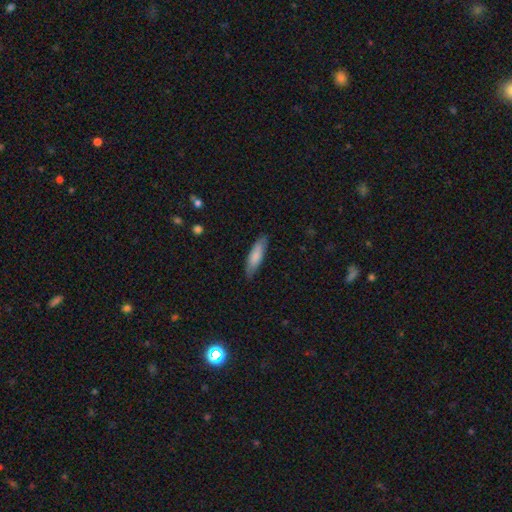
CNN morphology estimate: smooth 80%, featured or disk 15%, star or artifact 5%. Down the decision tree: how rounded — cigar-shaped (63%); merging — none (84%).